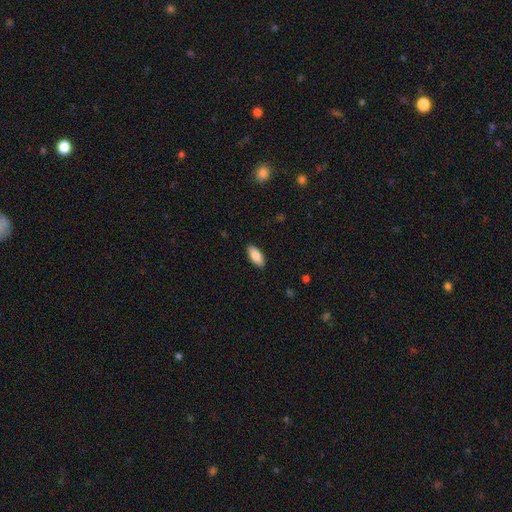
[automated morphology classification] smooth_or_featured: smooth (p=0.86) [alt: featured or disk p=0.08]
how_rounded: in between (p=0.88) [alt: cigar-shaped p=0.10]
merging: none (p=0.89) [alt: minor disturbance p=0.08]